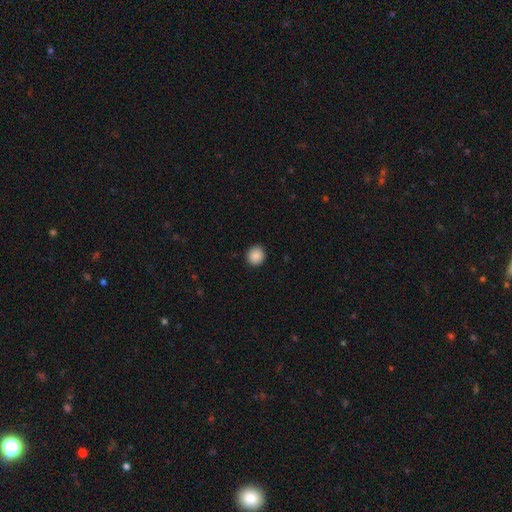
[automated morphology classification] smooth-or-featured: smooth: 89% | star or artifact: 9% | featured or disk: 3%
  how-rounded: round: 89% | in between: 10% | cigar-shaped: 1%
  merging: none: 91% | minor disturbance: 6% | major disturbance: 2% | merger: 1%